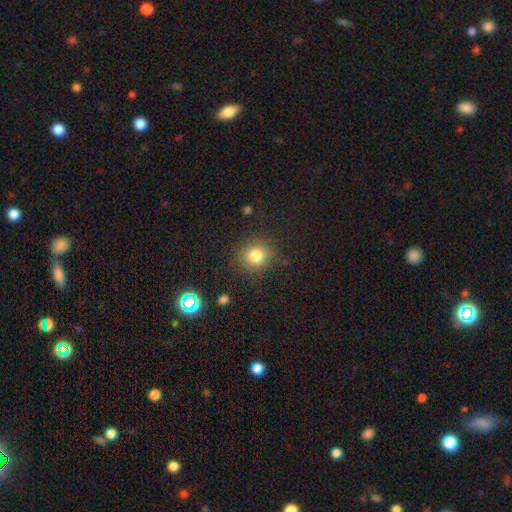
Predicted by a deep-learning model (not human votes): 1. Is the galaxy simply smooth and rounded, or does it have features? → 80% smooth, 13% star or artifact, 7% featured or disk.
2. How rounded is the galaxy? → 86% round, 13% in between, 1% cigar-shaped.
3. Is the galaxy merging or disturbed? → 86% none, 9% minor disturbance, 3% major disturbance, 1% merger.